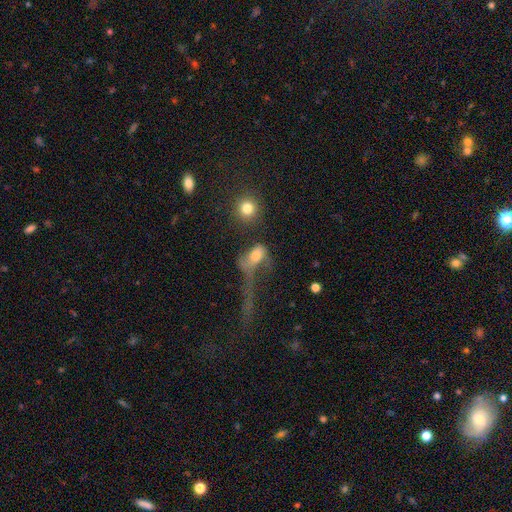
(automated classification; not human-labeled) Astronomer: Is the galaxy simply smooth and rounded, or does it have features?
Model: smooth — 55%.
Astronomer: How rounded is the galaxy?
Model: in between — 69%.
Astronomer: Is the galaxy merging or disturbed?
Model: major disturbance — 52%.